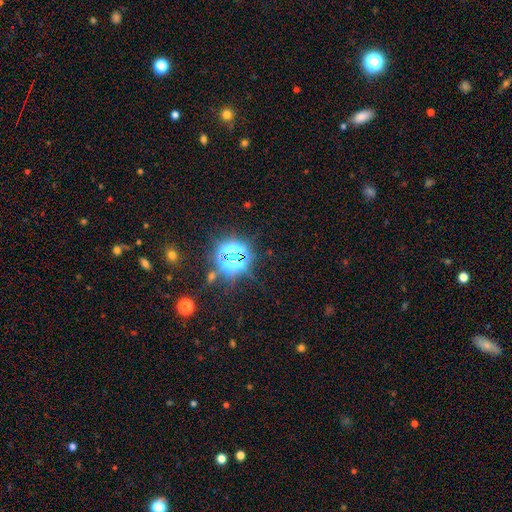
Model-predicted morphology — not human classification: type=star or artifact (80%).